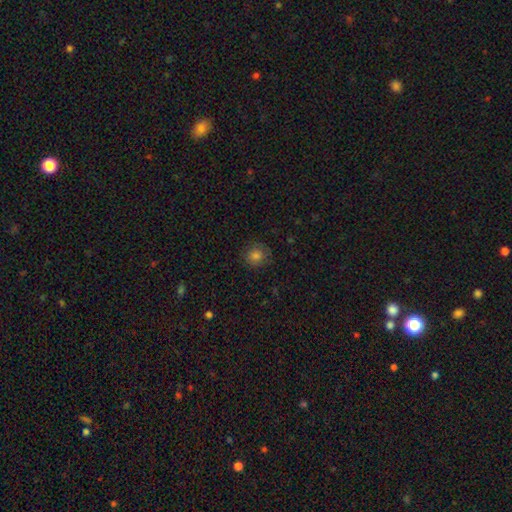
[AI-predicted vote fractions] smooth 81%, star or artifact 12%, featured or disk 7%. Down the decision tree: how rounded — round (89%); merging — none (84%).